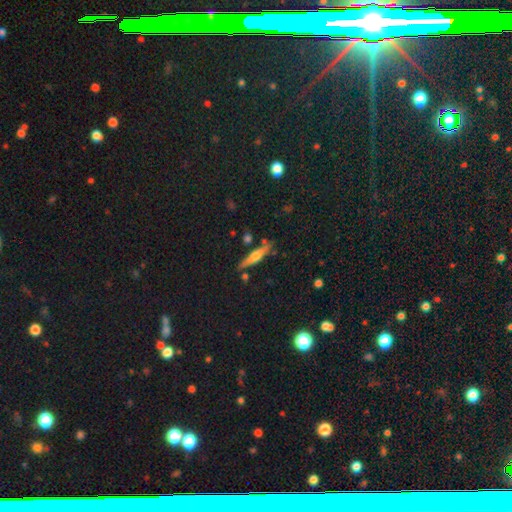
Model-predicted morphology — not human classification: Q: Smooth or featured?
A: featured or disk (54%); runner-up: smooth (38%)
Q: Edge-on disk?
A: yes (94%); runner-up: no (6%)
Q: Edge-on bulge?
A: rounded (86%); runner-up: none (7%)
Q: Merging?
A: none (80%); runner-up: minor disturbance (12%)